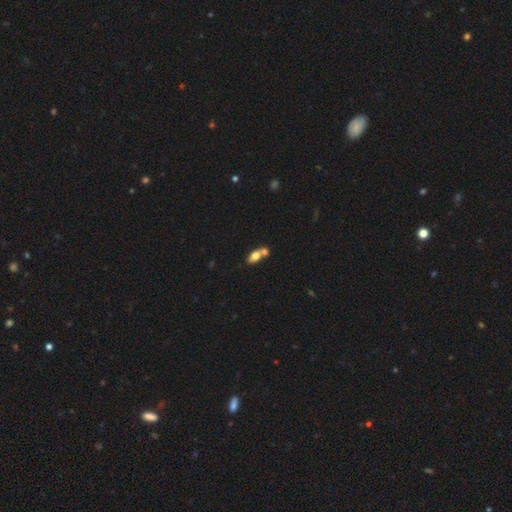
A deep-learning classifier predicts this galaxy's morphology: A smooth galaxy with no disk features (73%) that is in between round and cigar-shaped (82%). Merging: merger (50%).